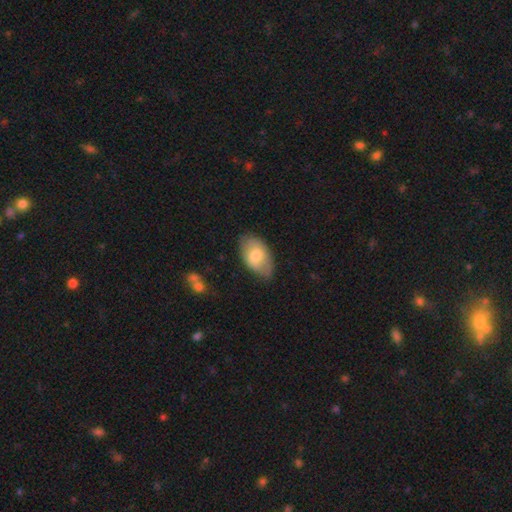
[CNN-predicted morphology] This is likely a smooth galaxy (69%). How rounded: clearly in between (93%). Merging: likely none (69%).